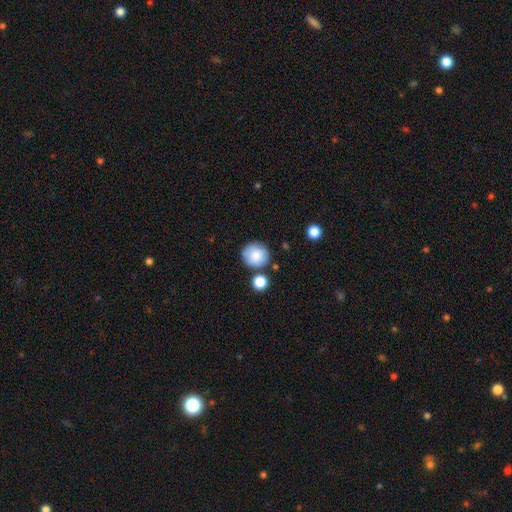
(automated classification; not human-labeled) A smooth galaxy with no disk features (84%) that is round (88%). Merging: none (77%).